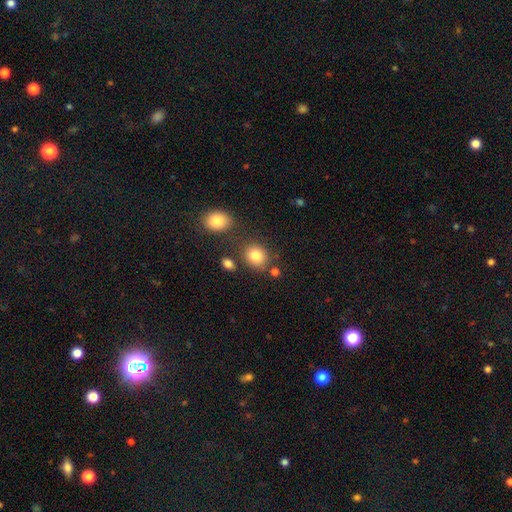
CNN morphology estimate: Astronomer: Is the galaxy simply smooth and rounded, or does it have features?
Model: smooth — 83%.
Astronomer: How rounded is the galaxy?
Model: round — 68%.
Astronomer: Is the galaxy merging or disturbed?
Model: none — 75%.